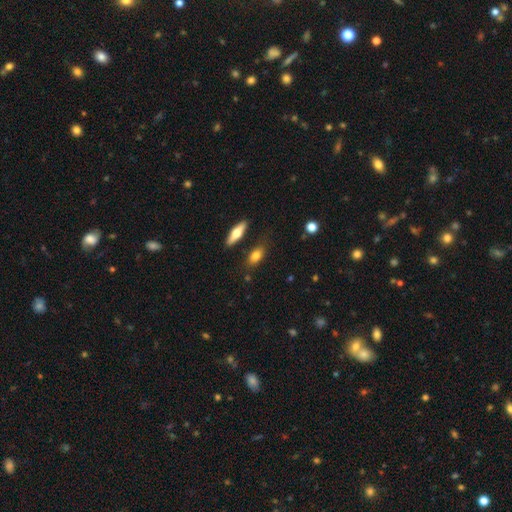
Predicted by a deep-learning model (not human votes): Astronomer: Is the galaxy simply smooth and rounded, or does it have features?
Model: smooth — 77%.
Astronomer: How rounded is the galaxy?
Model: in between — 78%.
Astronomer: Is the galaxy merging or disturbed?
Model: none — 76%.